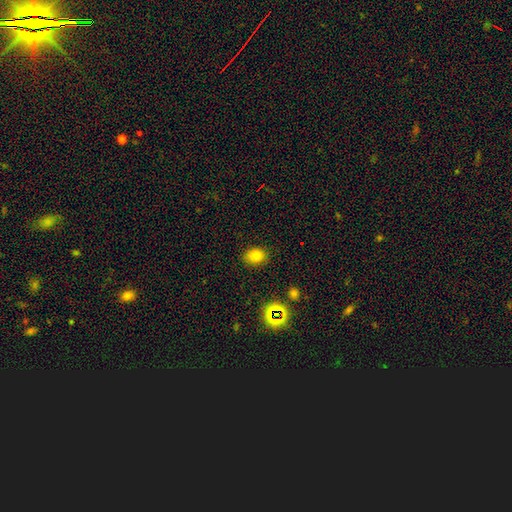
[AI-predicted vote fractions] Smooth or featured? smooth (77%)
How rounded? in between (57%)
Merging? none (85%)